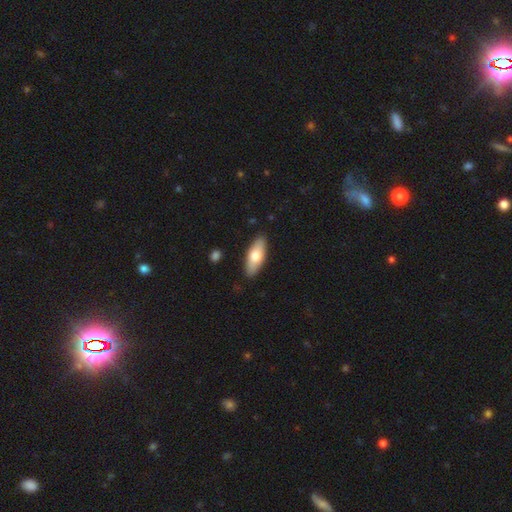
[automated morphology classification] A smooth galaxy with no disk features (68%) that is in between round and cigar-shaped (75%). Merging: none (88%).